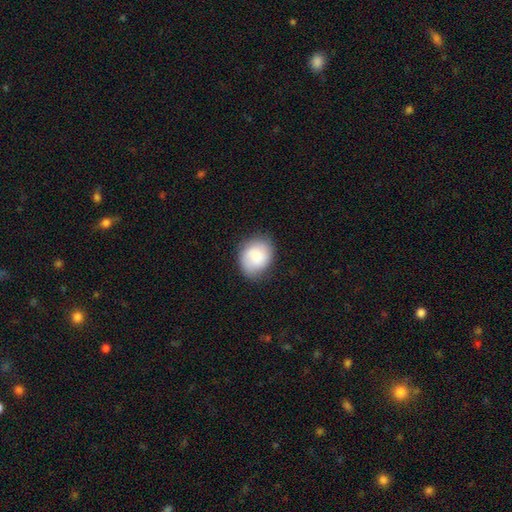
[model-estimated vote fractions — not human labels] The model was most divided on "how rounded": round: 55%, in between: 44%, cigar-shaped: 1%. More confident: merging — none (76%); smooth or featured — smooth (76%).